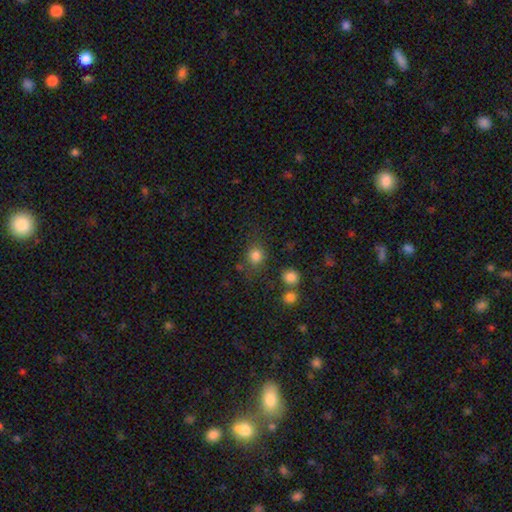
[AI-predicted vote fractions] Smooth or featured? Predicted: smooth (p=0.81). How rounded? Predicted: round (p=0.82). Merging? Predicted: none (p=0.73).